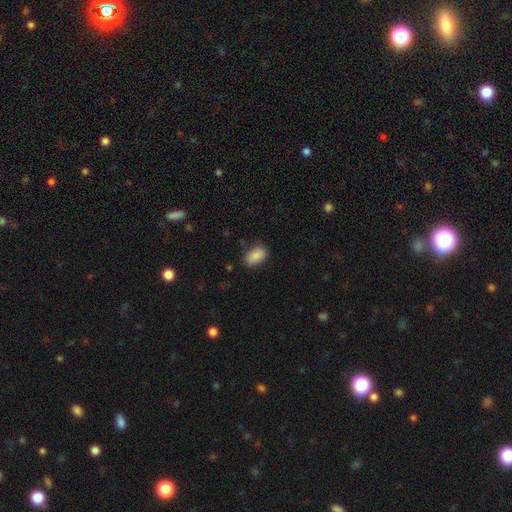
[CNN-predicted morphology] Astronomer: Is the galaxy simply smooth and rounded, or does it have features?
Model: smooth — 87%.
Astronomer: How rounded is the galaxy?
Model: in between — 91%.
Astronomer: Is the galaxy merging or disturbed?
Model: none — 81%.